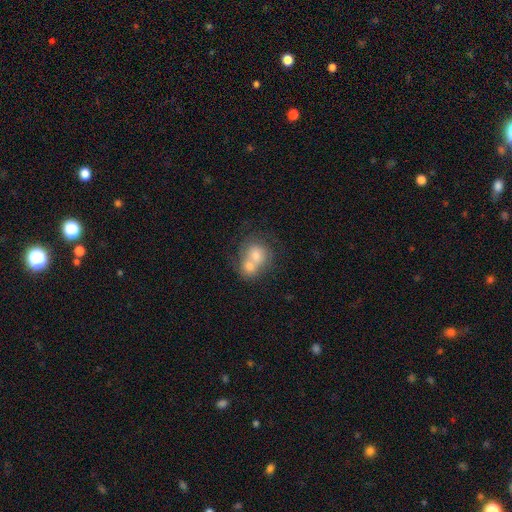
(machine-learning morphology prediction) Smooth or featured?
  - smooth: 62% *
  - featured or disk: 29%
  - star or artifact: 9%
How rounded?
  - round: 68% *
  - in between: 31%
  - cigar-shaped: 1%
Merging?
  - merger: 72% *
  - none: 18%
  - minor disturbance: 6%
  - major disturbance: 4%